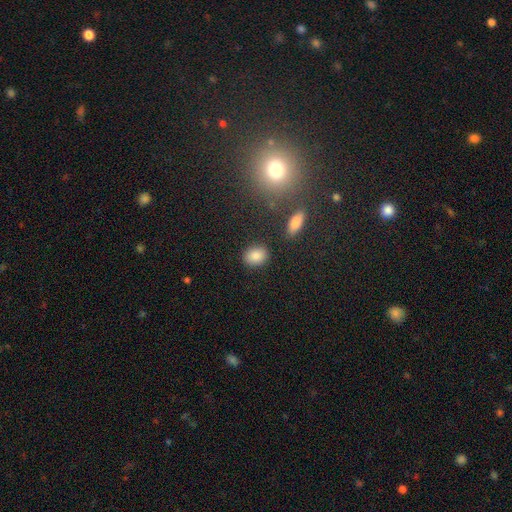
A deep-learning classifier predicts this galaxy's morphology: Smooth or featured? Predicted: smooth (p=0.86). How rounded? Predicted: in between (p=0.61). Merging? Predicted: none (p=0.85).